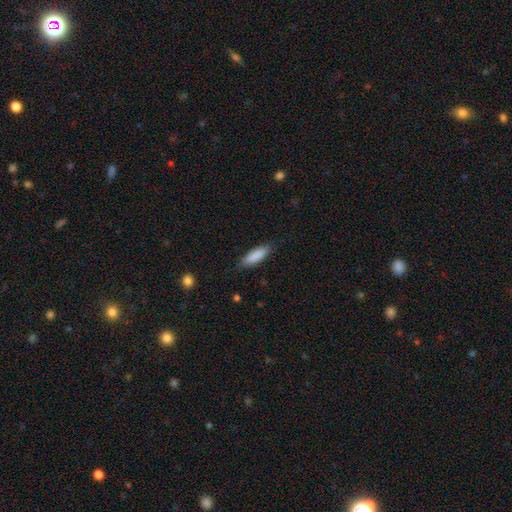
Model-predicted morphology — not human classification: smooth_or_featured: smooth (p=0.87) [alt: featured or disk p=0.07]
how_rounded: in between (p=0.52) [alt: cigar-shaped p=0.47]
merging: none (p=0.82) [alt: minor disturbance p=0.14]